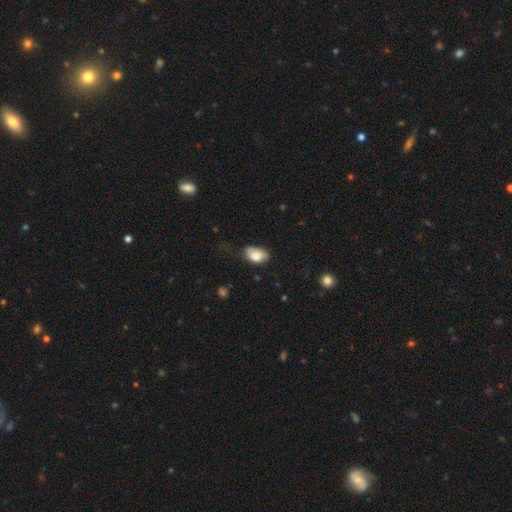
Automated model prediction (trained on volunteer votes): A smooth galaxy with no disk features (78%) that is in between round and cigar-shaped (89%).

Vote fractions:
- Smooth or featured? smooth: 78% / featured or disk: 14% / star or artifact: 7%
- How rounded? in between: 89% / round: 9% / cigar-shaped: 1%
- Merging? none: 47% / minor disturbance: 36% / major disturbance: 14% / merger: 3%